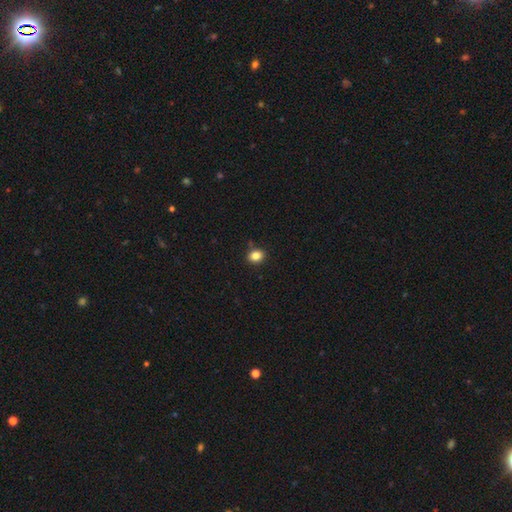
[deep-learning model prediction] Smooth or featured? smooth (84%)
How rounded? round (60%)
Merging? none (85%)